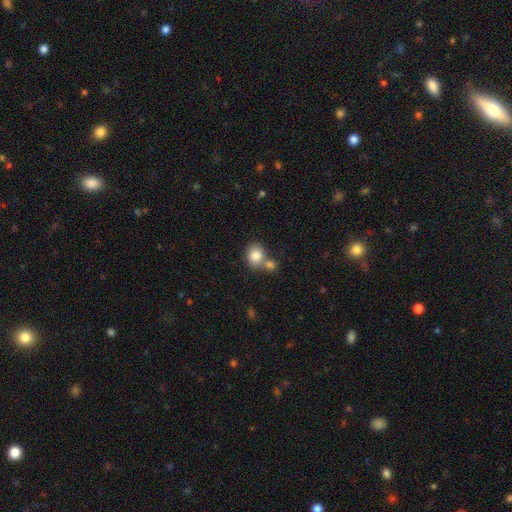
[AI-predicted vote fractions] Smooth or featured: smooth — 84% (star or artifact — 9%)
How rounded: round — 68% (in between — 31%)
Merging: none — 49% (merger — 37%)